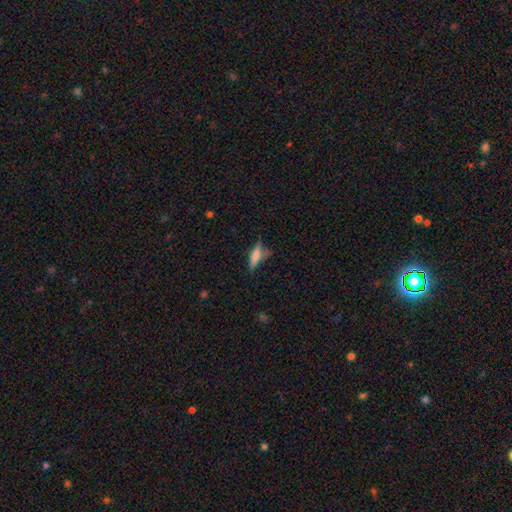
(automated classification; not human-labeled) smooth_or_featured: smooth (p=0.67) [alt: featured or disk p=0.24]
how_rounded: cigar-shaped (p=0.70) [alt: in between p=0.28]
merging: none (p=0.58) [alt: minor disturbance p=0.23]